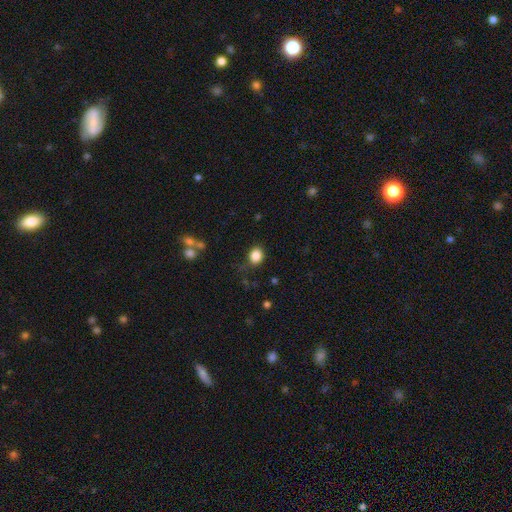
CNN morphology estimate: A smooth galaxy with no disk features (85%) that is round (58%).

Vote fractions:
- Smooth or featured? smooth: 85% / star or artifact: 10% / featured or disk: 5%
- How rounded? round: 58% / in between: 41% / cigar-shaped: 1%
- Merging? none: 78% / minor disturbance: 15% / major disturbance: 4% / merger: 2%